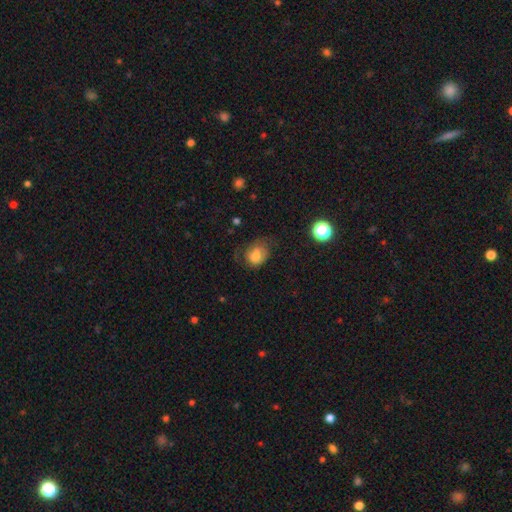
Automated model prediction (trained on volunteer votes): Smooth or featured?
  - smooth: 69% *
  - featured or disk: 21%
  - star or artifact: 10%
How rounded?
  - in between: 53% *
  - round: 46%
  - cigar-shaped: 1%
Merging?
  - none: 47% *
  - minor disturbance: 29%
  - major disturbance: 23%
  - merger: 2%